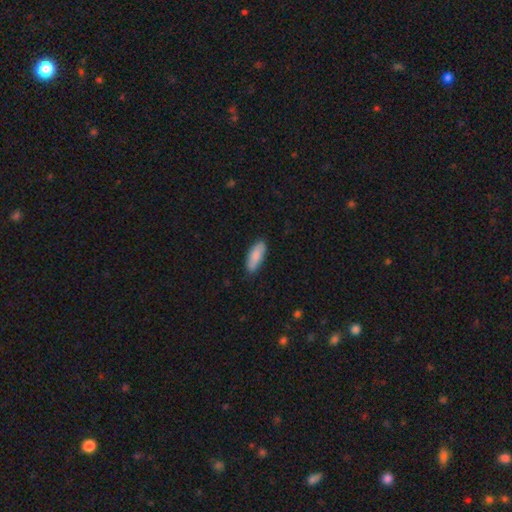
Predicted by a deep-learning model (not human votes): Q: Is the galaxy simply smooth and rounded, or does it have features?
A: smooth — 86%.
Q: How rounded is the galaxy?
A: in between — 74%.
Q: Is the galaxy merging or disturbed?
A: none — 84%.